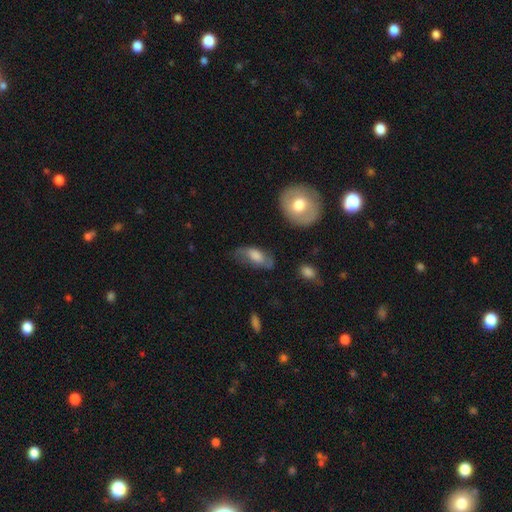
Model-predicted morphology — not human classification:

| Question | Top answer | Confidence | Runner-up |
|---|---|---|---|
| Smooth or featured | smooth | 56% | featured or disk (36%) |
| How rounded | in between | 84% | cigar-shaped (9%) |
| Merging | none | 60% | minor disturbance (26%) |